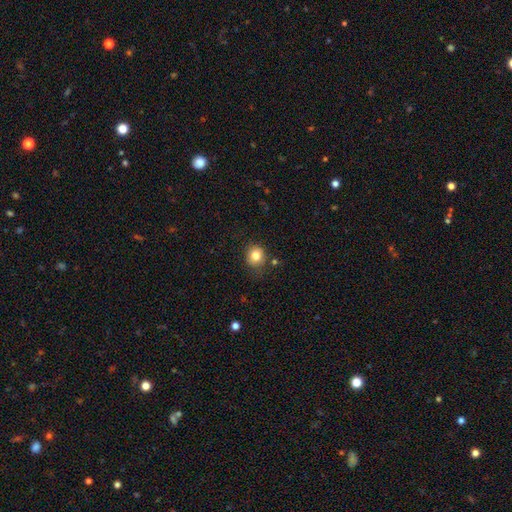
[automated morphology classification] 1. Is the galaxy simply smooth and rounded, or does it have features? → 81% smooth, 11% star or artifact, 8% featured or disk.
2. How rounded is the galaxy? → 84% round, 16% in between, 1% cigar-shaped.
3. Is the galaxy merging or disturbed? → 79% none, 14% minor disturbance, 4% merger, 3% major disturbance.